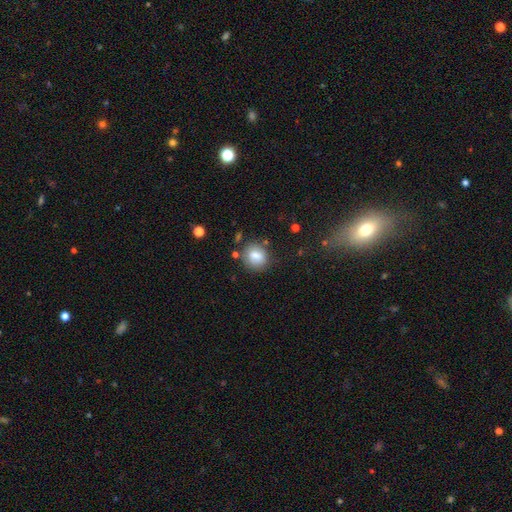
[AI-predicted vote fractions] smooth 79%, featured or disk 12%, star or artifact 9%. Down the decision tree: how rounded — round (74%); merging — none (76%).